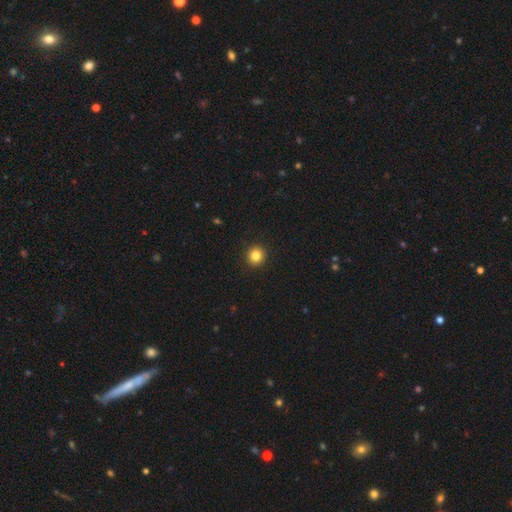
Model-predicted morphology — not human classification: Smooth or featured: smooth — 84% (star or artifact — 11%)
How rounded: round — 93% (in between — 6%)
Merging: none — 93% (minor disturbance — 4%)